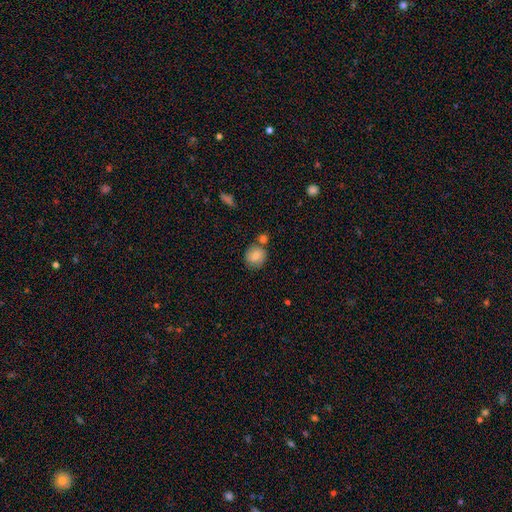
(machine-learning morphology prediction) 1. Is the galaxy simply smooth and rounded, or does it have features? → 80% smooth, 11% featured or disk, 8% star or artifact.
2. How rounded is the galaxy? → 83% round, 16% in between, 1% cigar-shaped.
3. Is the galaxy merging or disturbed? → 70% none, 15% merger, 12% minor disturbance, 3% major disturbance.